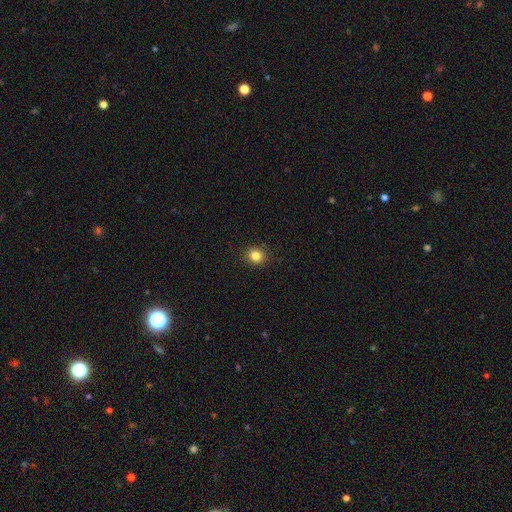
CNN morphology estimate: Smooth or featured? Predicted: smooth (p=0.83). How rounded? Predicted: round (p=0.81). Merging? Predicted: none (p=0.90).